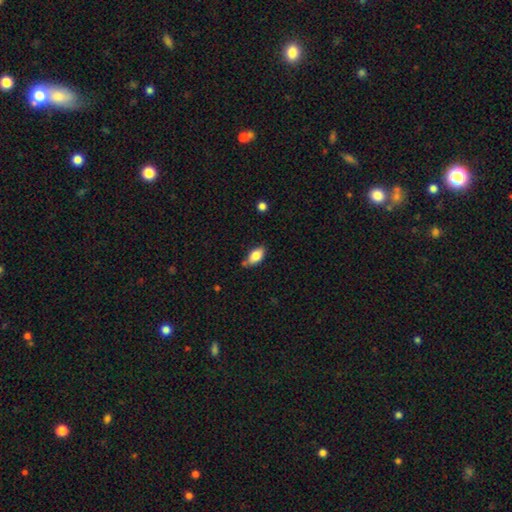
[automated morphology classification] Overall: smooth (82%). How rounded: in between (91%). Merging: none (69%).